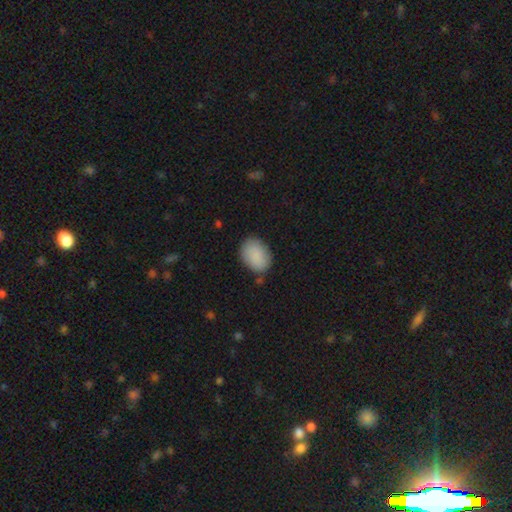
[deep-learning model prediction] Morphology: type=smooth (88%); roundness=in between (77%); merging=none (79%).